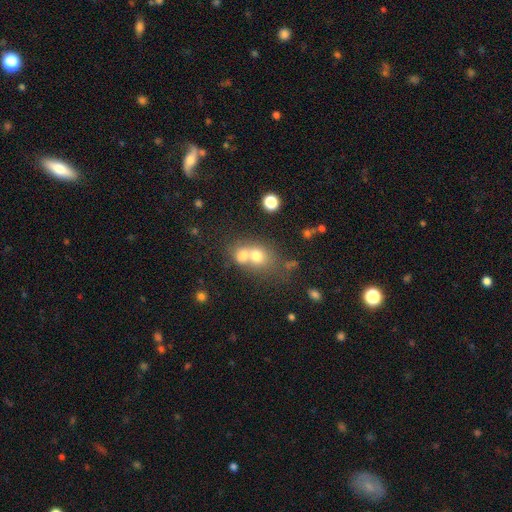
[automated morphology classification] Smooth or featured? smooth (67%)
How rounded? round (66%)
Merging? merger (62%)